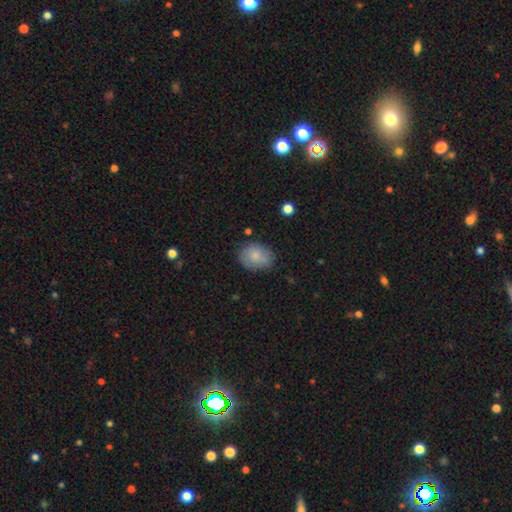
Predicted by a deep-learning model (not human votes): A smooth galaxy with no disk features (74%) that is in between round and cigar-shaped (57%).

Vote fractions:
- Smooth or featured? smooth: 74% / featured or disk: 19% / star or artifact: 7%
- How rounded? in between: 57% / round: 42% / cigar-shaped: 1%
- Merging? none: 72% / minor disturbance: 20% / major disturbance: 5% / merger: 2%